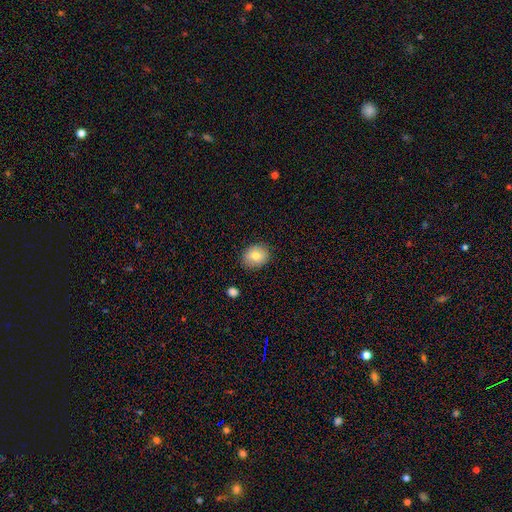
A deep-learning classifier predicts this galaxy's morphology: Overall: smooth (78%). How rounded: round (58%; in between 41%). Merging: none (86%).